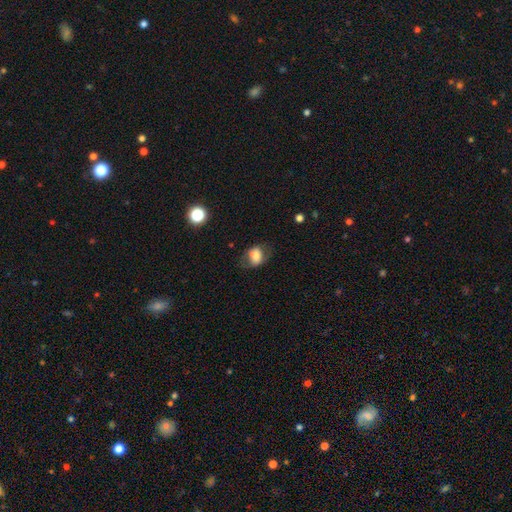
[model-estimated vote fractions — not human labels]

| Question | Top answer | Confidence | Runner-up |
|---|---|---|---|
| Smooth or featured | smooth | 70% | featured or disk (21%) |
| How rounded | in between | 66% | round (33%) |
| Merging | none | 60% | minor disturbance (23%) |